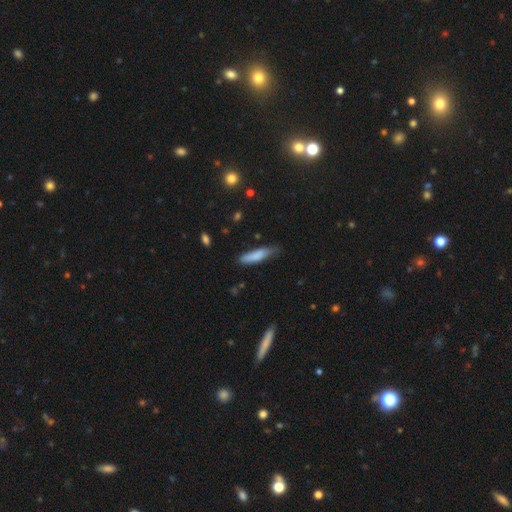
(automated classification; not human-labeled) This appears to be a smooth galaxy with no disk features (80%) that is cigar-shaped (73%). Merging: none (59%).